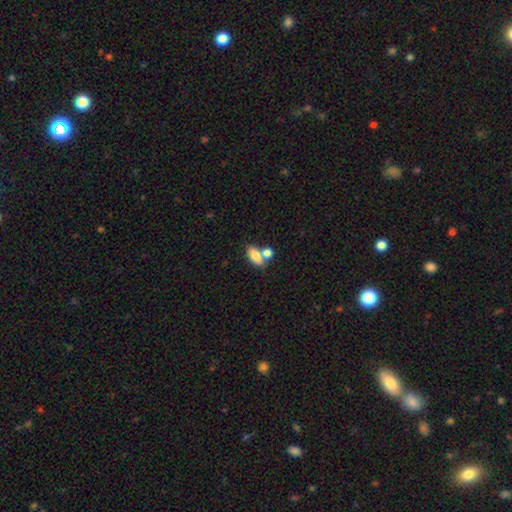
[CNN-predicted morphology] This is likely a smooth galaxy (77%). How rounded: clearly in between (84%). Merging: possibly none (45%).